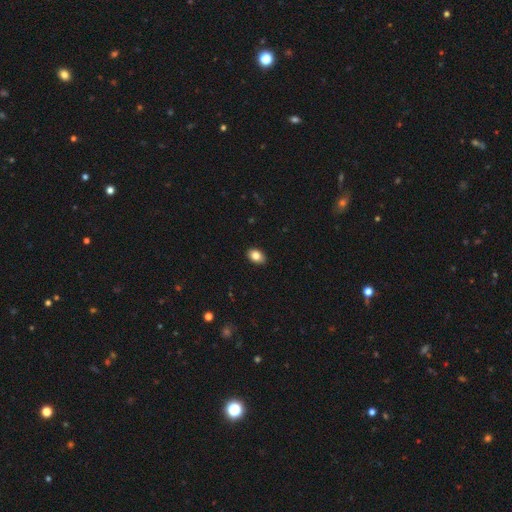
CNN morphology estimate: This is clearly a smooth galaxy (84%). How rounded: clearly in between (82%). Merging: clearly none (89%).